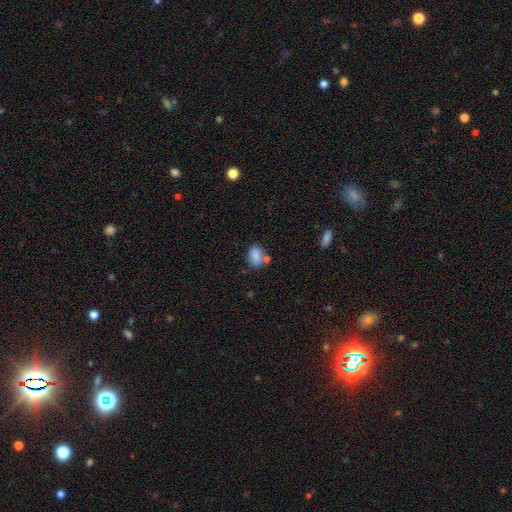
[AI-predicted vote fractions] This is clearly a smooth galaxy (83%). How rounded: clearly in between (80%). Merging: possibly none (60%).